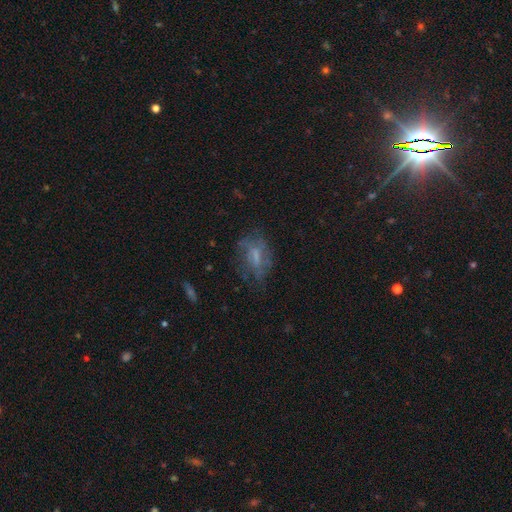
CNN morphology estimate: This is possibly a featured or disk galaxy (45%). Merging: possibly none (54%).